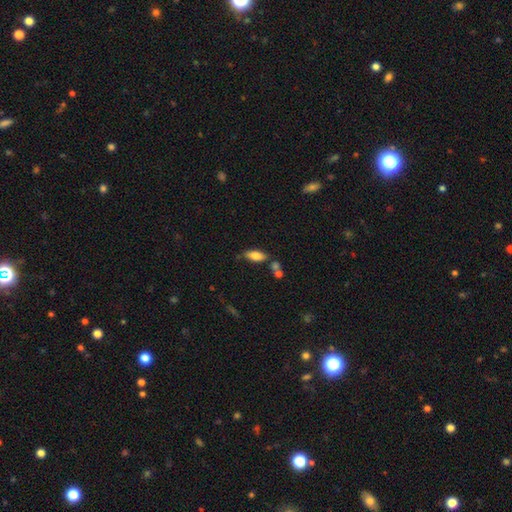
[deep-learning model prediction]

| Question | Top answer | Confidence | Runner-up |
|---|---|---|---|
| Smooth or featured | smooth | 75% | featured or disk (18%) |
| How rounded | in between | 77% | cigar-shaped (20%) |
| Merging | none | 68% | minor disturbance (18%) |